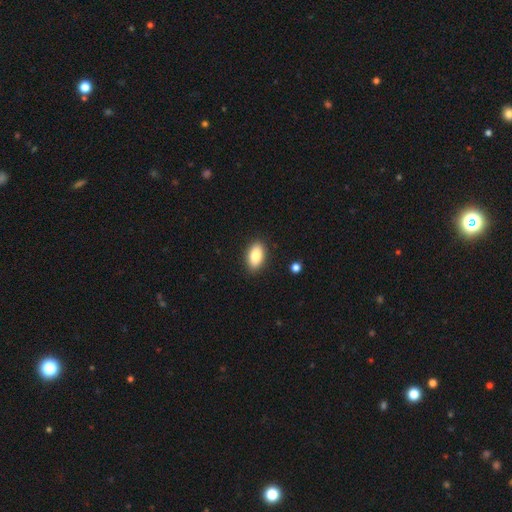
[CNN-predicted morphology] This is clearly a smooth galaxy (84%). How rounded: clearly in between (92%). Merging: clearly none (89%).